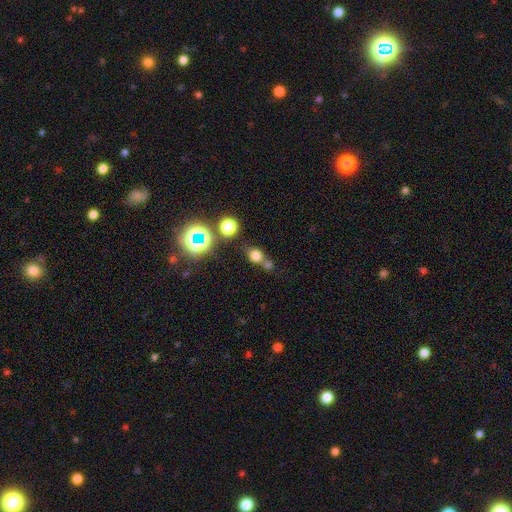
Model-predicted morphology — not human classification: Overall: smooth (70%). How rounded: round (57%; in between 40%). Merging: none (55%; merger 27%).